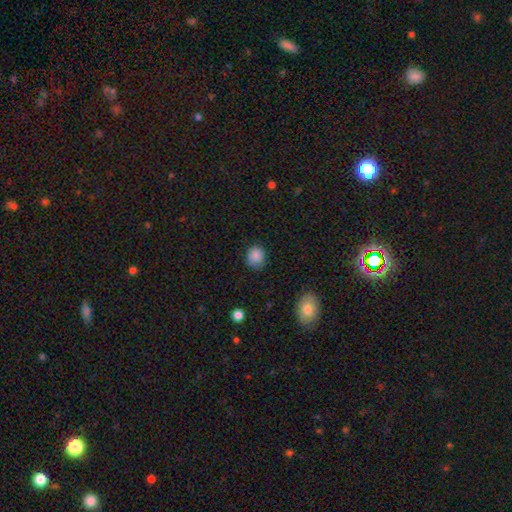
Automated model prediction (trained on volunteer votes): smooth 87%, star or artifact 9%, featured or disk 4%. Down the decision tree: how rounded — round (72%); merging — none (78%).